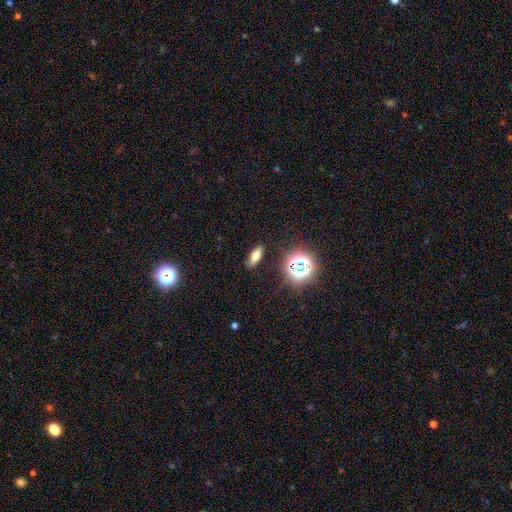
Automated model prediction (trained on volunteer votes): Smooth or featured? smooth (64%)
How rounded? in between (68%)
Merging? none (86%)